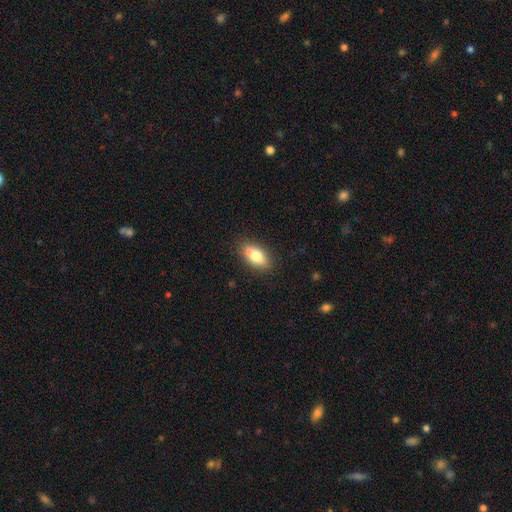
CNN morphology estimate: This is likely a smooth galaxy (71%). How rounded: clearly in between (80%). Merging: likely none (78%).